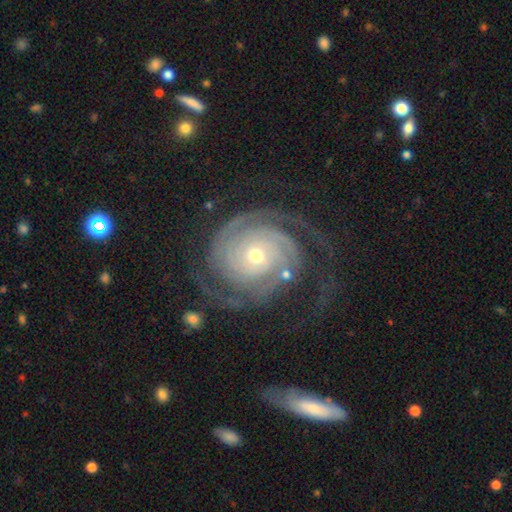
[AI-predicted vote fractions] The model was most divided on "bulge size": small: 53%, moderate: 43%, large: 2%, dominant: 1%, none: 1%. Remaining: spiral arms — yes (98%); edge-on disk — no (98%); smooth or featured — featured or disk (91%); bar — no (78%); spiral winding — tight (76%); merging — none (68%); spiral arm count — 2 (48%).